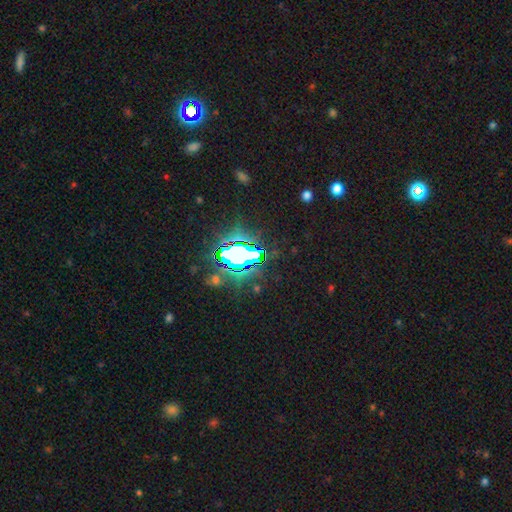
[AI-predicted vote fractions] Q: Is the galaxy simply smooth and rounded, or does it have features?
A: star or artifact — 77%.